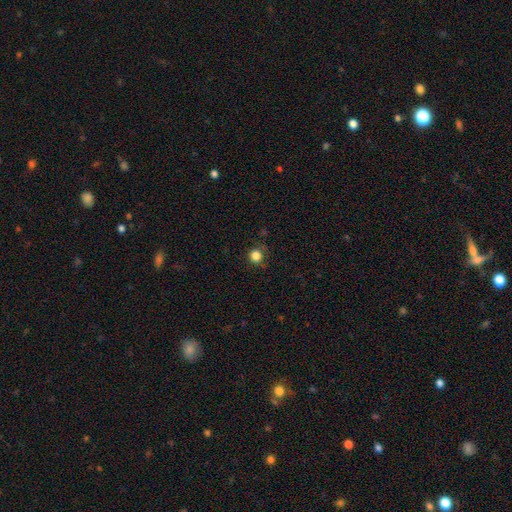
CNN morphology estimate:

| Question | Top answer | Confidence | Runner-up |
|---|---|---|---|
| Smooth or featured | smooth | 83% | star or artifact (13%) |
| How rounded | round | 92% | in between (7%) |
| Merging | none | 83% | minor disturbance (12%) |